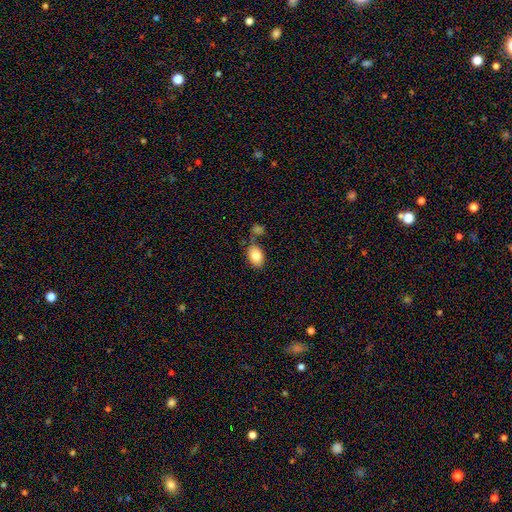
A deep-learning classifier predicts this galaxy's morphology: Smooth or featured?
  - smooth: 82% *
  - featured or disk: 10%
  - star or artifact: 8%
How rounded?
  - in between: 83% *
  - round: 16%
  - cigar-shaped: 1%
Merging?
  - none: 71% *
  - minor disturbance: 14%
  - merger: 11%
  - major disturbance: 4%